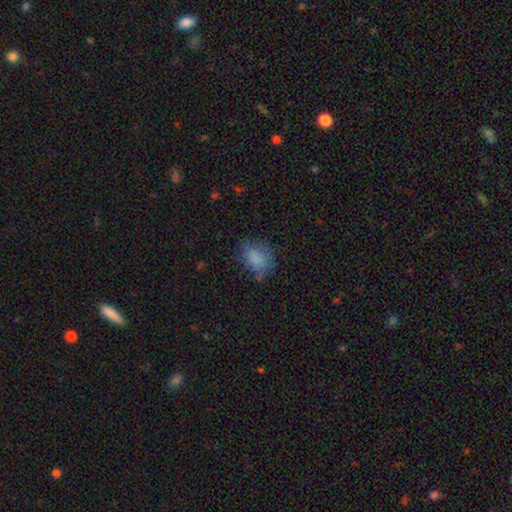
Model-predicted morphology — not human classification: A smooth galaxy with no disk features (81%) that is in between round and cigar-shaped (72%).

Vote fractions:
- Smooth or featured? smooth: 81% / star or artifact: 10% / featured or disk: 9%
- How rounded? in between: 72% / round: 26% / cigar-shaped: 2%
- Merging? none: 63% / minor disturbance: 26% / major disturbance: 10% / merger: 2%